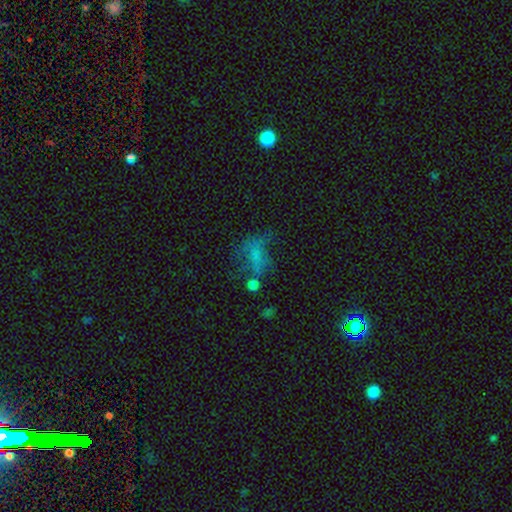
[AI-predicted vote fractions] smooth_or_featured: smooth (p=0.49) [alt: star or artifact p=0.26]
merging: none (p=0.36) [alt: major disturbance p=0.33]